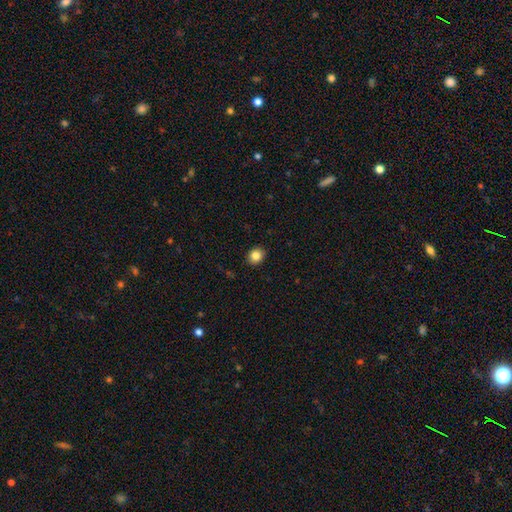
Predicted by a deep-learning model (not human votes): A smooth galaxy with no disk features (83%) that is round (68%). Merging: none (91%).